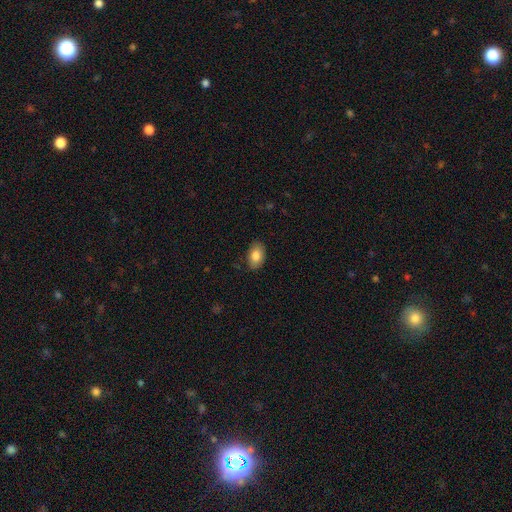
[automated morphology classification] Smooth or featured? Predicted: smooth (p=0.84). How rounded? Predicted: in between (p=0.90). Merging? Predicted: none (p=0.84).